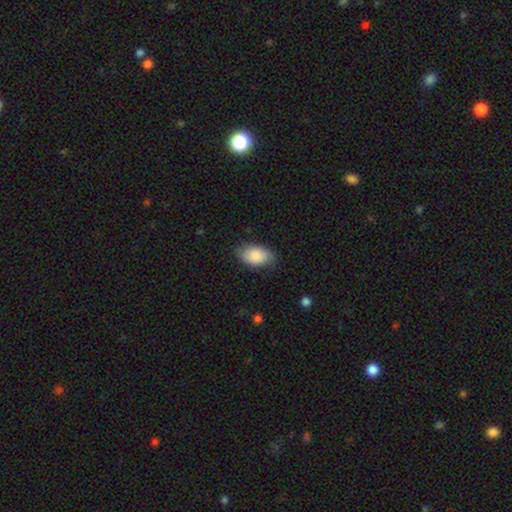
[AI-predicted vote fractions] Smooth or featured: smooth — 86% (featured or disk — 8%)
How rounded: in between — 93% (round — 5%)
Merging: none — 78% (minor disturbance — 17%)